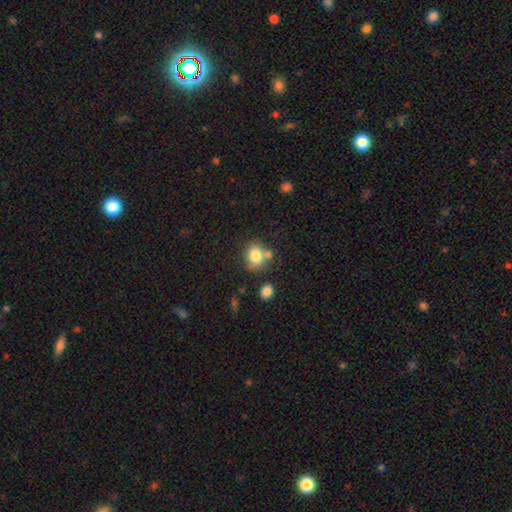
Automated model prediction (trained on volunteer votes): This is clearly a smooth galaxy (81%). How rounded: possibly in between (51%). Merging: possibly none (56%).